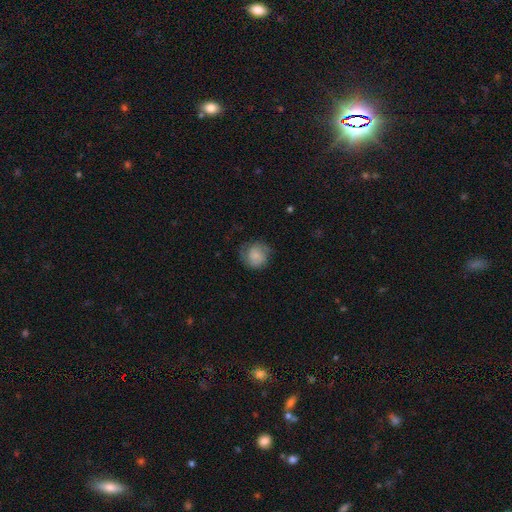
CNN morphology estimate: A smooth galaxy with no disk features (63%) that is round (87%).

Vote fractions:
- Smooth or featured? smooth: 63% / featured or disk: 29% / star or artifact: 8%
- How rounded? round: 87% / in between: 12% / cigar-shaped: 1%
- Merging? none: 68% / minor disturbance: 21% / major disturbance: 9% / merger: 1%